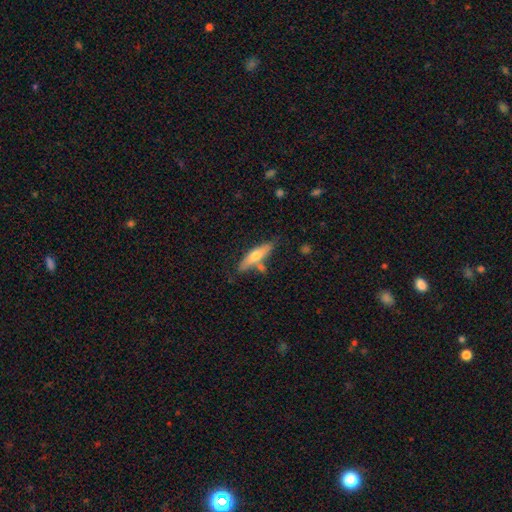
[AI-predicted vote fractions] Smooth or featured? Predicted: smooth (p=0.53). How rounded? Predicted: cigar-shaped (p=0.72). Merging? Predicted: none (p=0.66).